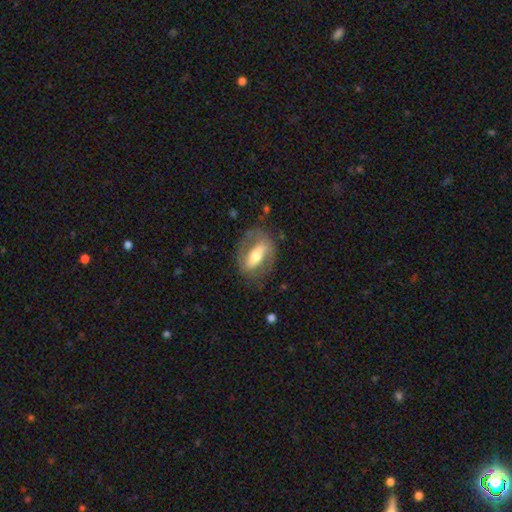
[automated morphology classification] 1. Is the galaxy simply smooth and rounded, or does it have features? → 64% featured or disk, 30% smooth, 6% star or artifact.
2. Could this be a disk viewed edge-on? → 83% no, 17% yes.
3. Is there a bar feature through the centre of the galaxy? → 57% strong, 24% weak, 20% no.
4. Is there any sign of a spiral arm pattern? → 51% yes, 49% no.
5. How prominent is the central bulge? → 65% moderate, 18% small, 14% large, 2% dominant, 1% none.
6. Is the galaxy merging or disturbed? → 69% none, 18% minor disturbance, 12% major disturbance, 2% merger.